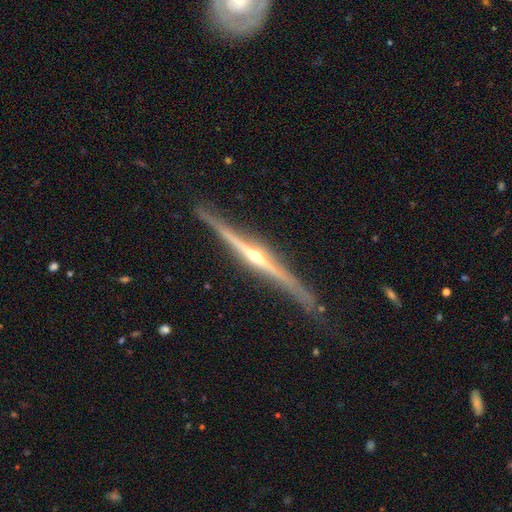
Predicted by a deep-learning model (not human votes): Smooth or featured? featured or disk (88%)
Edge-on disk? yes (98%)
Edge-on bulge? rounded (89%)
Merging? none (86%)